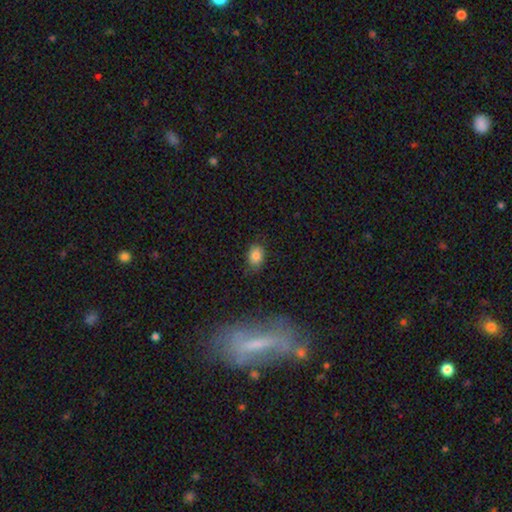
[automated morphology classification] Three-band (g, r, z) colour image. It shows a smooth galaxy with no disk features (84%) that is in between round and cigar-shaped (69%). Merging: none (78%).